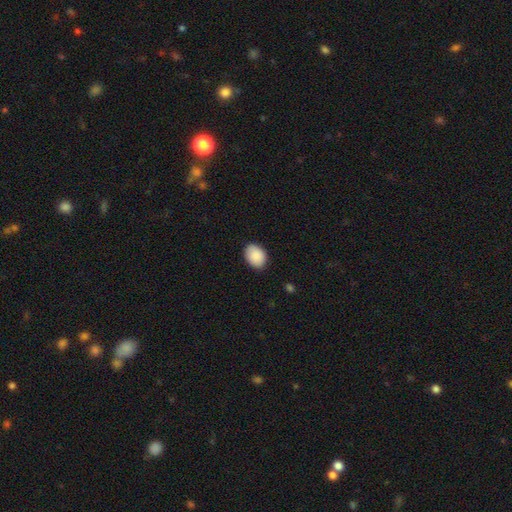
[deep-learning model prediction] Overall: smooth (90%). How rounded: in between (73%). Merging: none (86%).